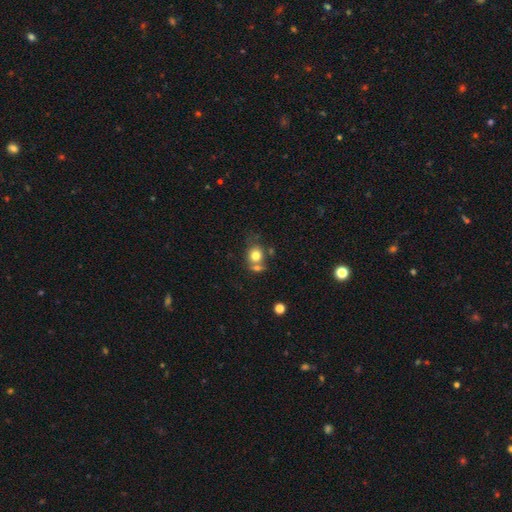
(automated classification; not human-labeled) smooth-or-featured: smooth: 77% | featured or disk: 13% | star or artifact: 11%
  how-rounded: round: 71% | in between: 28% | cigar-shaped: 1%
  merging: none: 45% | merger: 35% | minor disturbance: 14% | major disturbance: 6%